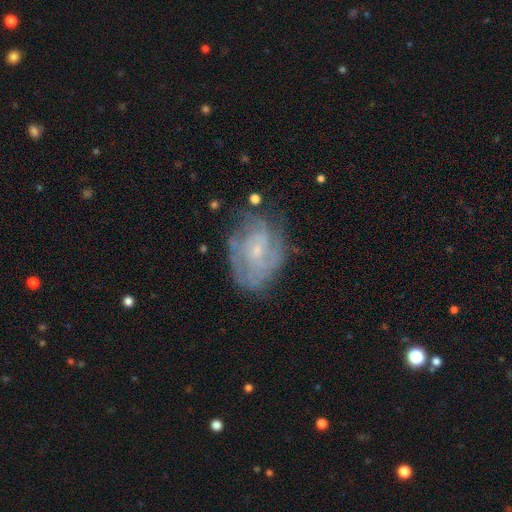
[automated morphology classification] This appears to be a featured or disk galaxy (71%) with no bar (63%), tight (58%) spiral arms (82%) and a small central bulge (71%). Merging: none (68%).